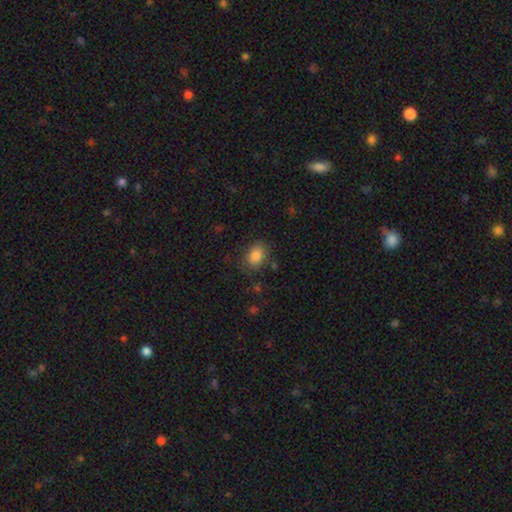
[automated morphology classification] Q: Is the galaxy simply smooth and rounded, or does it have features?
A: smooth — 85%.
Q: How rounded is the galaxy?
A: in between — 75%.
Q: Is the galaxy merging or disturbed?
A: none — 78%.